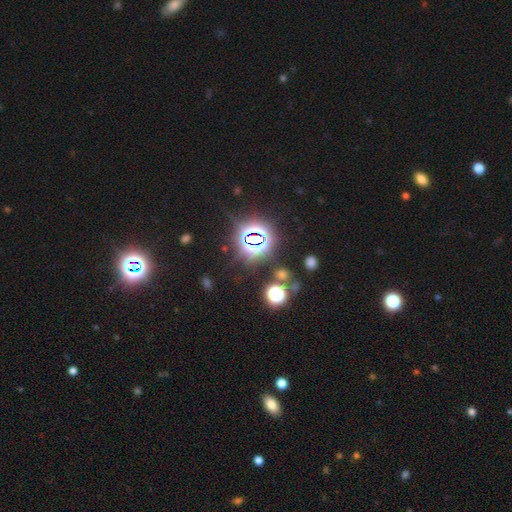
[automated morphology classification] Q: Smooth or featured?
A: star or artifact (78%); runner-up: smooth (15%)